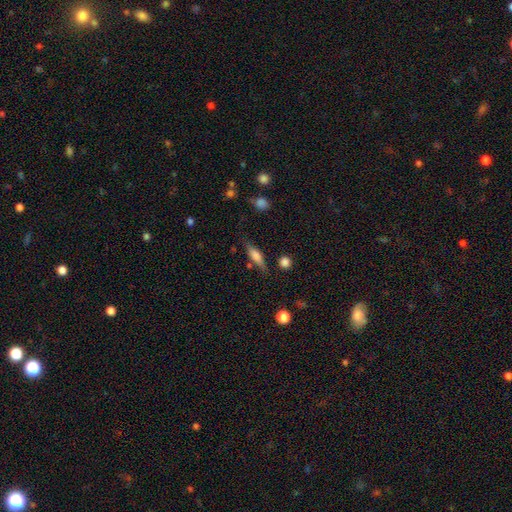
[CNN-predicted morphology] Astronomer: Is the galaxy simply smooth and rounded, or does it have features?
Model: smooth — 54% (runner-up: featured or disk, 38%).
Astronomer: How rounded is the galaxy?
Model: cigar-shaped — 63%.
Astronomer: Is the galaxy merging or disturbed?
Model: none — 75%.